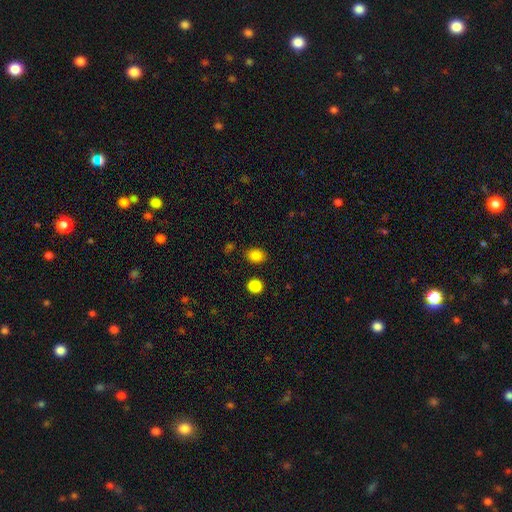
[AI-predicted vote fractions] The model was most divided on "how rounded": in between: 64%, round: 35%, cigar-shaped: 1%. More confident: smooth or featured — smooth (86%); merging — none (85%).